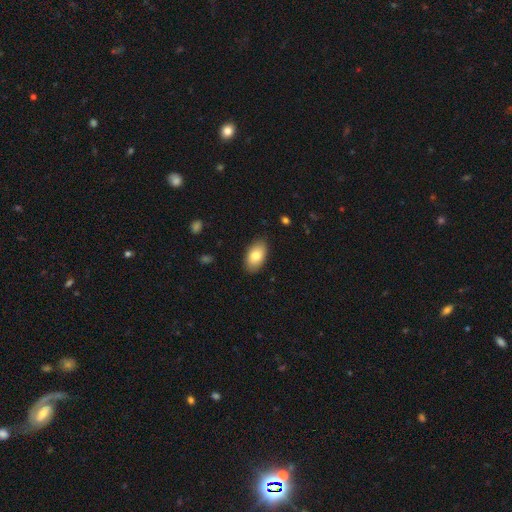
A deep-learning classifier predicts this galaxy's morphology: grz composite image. It shows a smooth galaxy with no disk features (82%) that is in between round and cigar-shaped (94%). Merging: none (86%).